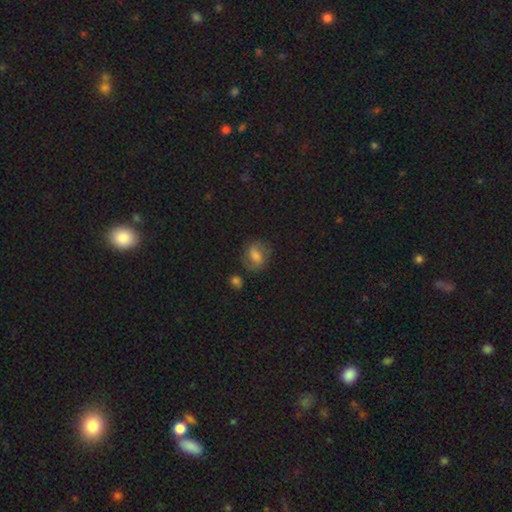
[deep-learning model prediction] Morphology: type=smooth (48%); merging=none (67%).